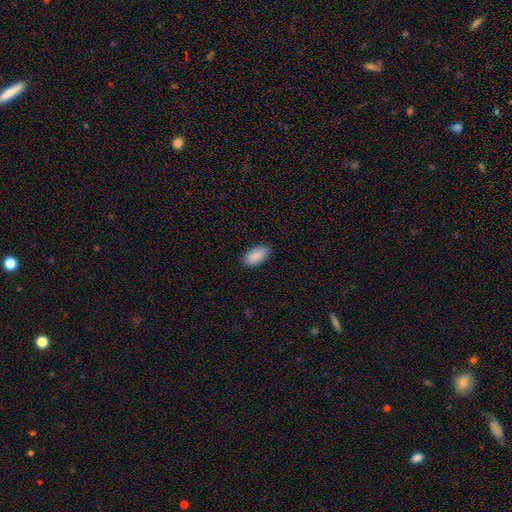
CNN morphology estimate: A smooth galaxy with no disk features (90%) that is in between round and cigar-shaped (95%). Merging: none (86%).